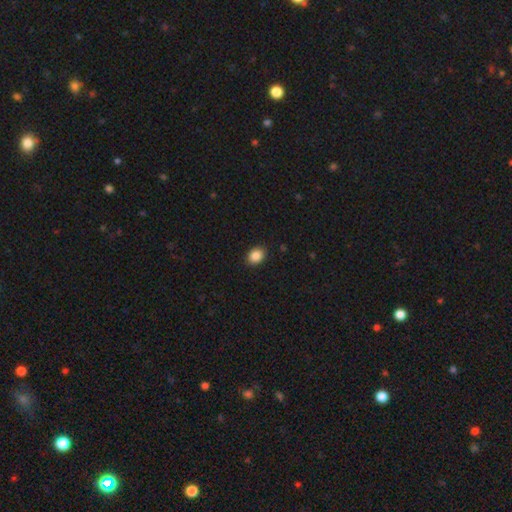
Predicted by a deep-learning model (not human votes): The model was most divided on "how rounded": in between: 62%, round: 37%, cigar-shaped: 1%. More confident: merging — none (90%); smooth or featured — smooth (88%).